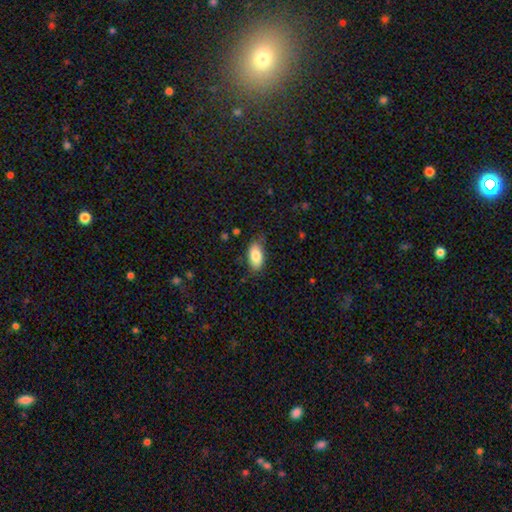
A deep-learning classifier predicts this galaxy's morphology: Smooth or featured? smooth (83%)
How rounded? in between (92%)
Merging? none (75%)